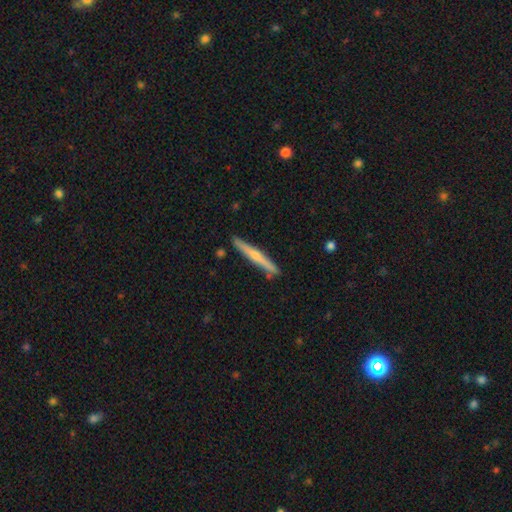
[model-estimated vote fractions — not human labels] Smooth or featured? featured or disk (57%)
Edge-on disk? yes (97%)
Edge-on bulge? rounded (72%)
Merging? none (90%)